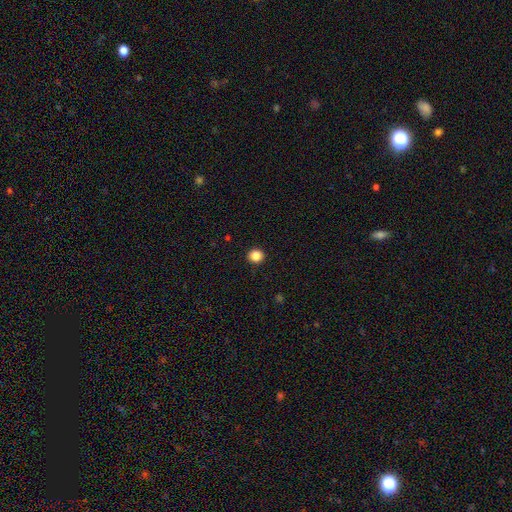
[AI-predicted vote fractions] smooth 86%, star or artifact 11%, featured or disk 3%. Down the decision tree: how rounded — round (87%); merging — none (93%).